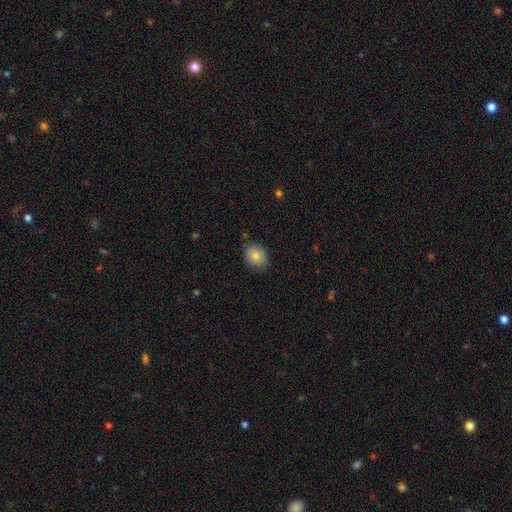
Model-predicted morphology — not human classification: Smooth or featured? smooth (82%)
How rounded? round (55%)
Merging? none (83%)